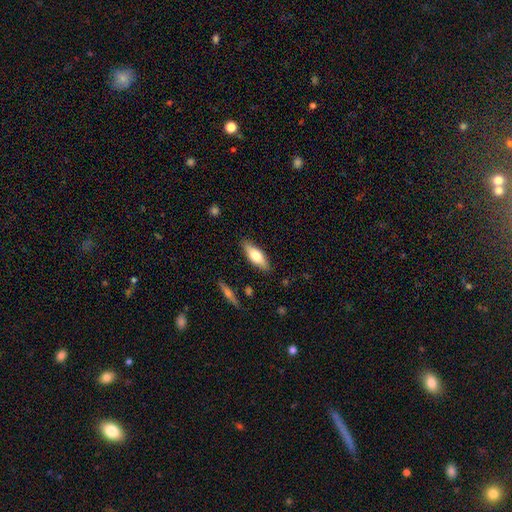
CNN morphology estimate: Smooth or featured?
  - smooth: 66% *
  - featured or disk: 28%
  - star or artifact: 6%
How rounded?
  - in between: 64% *
  - cigar-shaped: 34%
  - round: 2%
Merging?
  - none: 86% *
  - minor disturbance: 10%
  - major disturbance: 2%
  - merger: 2%